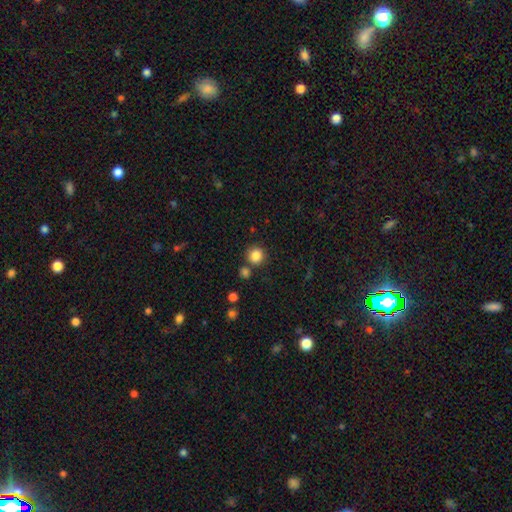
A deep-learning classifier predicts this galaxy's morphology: Smooth or featured? Predicted: smooth (p=0.85). How rounded? Predicted: round (p=0.91). Merging? Predicted: none (p=0.78).